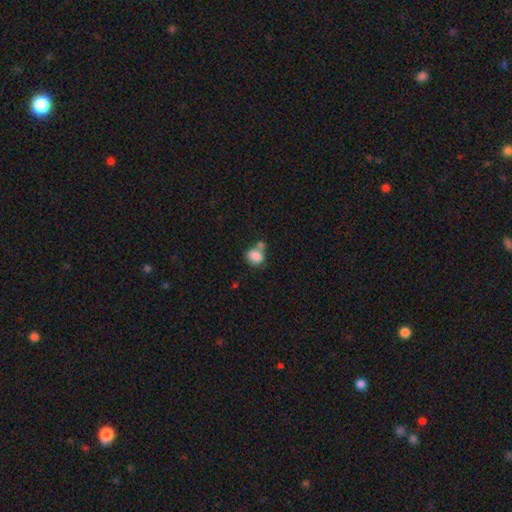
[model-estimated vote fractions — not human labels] smooth_or_featured: smooth (p=0.84) [alt: star or artifact p=0.09]
how_rounded: in between (p=0.53) [alt: round p=0.46]
merging: merger (p=0.40) [tied with: none p=0.40]